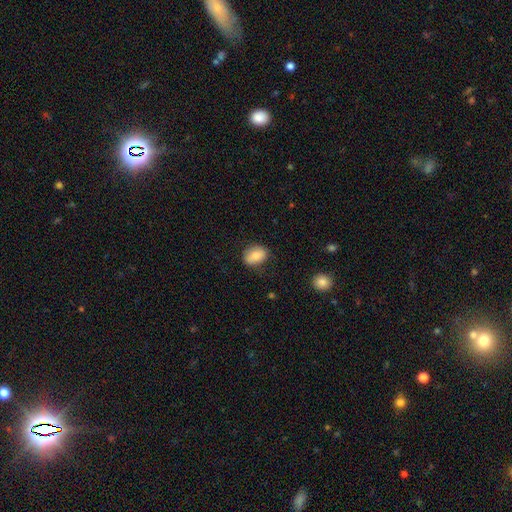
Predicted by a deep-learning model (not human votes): A smooth galaxy with no disk features (79%) that is in between round and cigar-shaped (69%).

Vote fractions:
- Smooth or featured? smooth: 79% / featured or disk: 13% / star or artifact: 8%
- How rounded? in between: 69% / round: 30% / cigar-shaped: 1%
- Merging? none: 78% / minor disturbance: 17% / major disturbance: 4% / merger: 1%